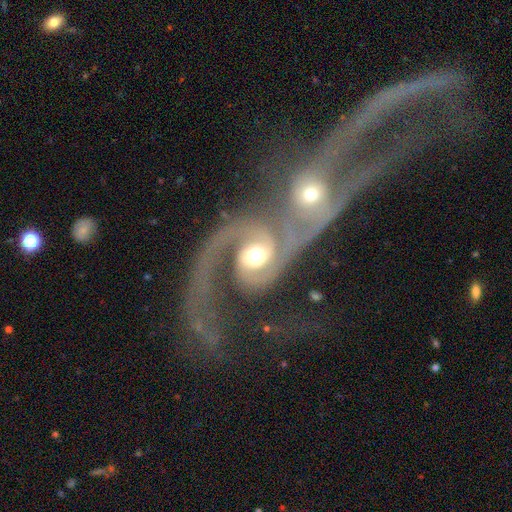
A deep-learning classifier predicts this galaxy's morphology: smooth-or-featured: featured or disk: 88% | smooth: 7% | star or artifact: 5%
  disk-edge-on: no: 98% | yes: 2%
    bar: no: 51% | weak: 33% | strong: 16%
    has-spiral-arms: yes: 97% | no: 3%
      spiral-winding: medium: 46% | loose: 31% | tight: 22%
      spiral-arm-count: 2: 83% | 1: 7% | can't tell: 4% | 3: 3% | 4: 2% | more than 4: 2%
    bulge-size: moderate: 64% | large: 25% | small: 7% | dominant: 3% | none: 1%
  merging: merger: 50% | none: 21% | major disturbance: 20% | minor disturbance: 9%